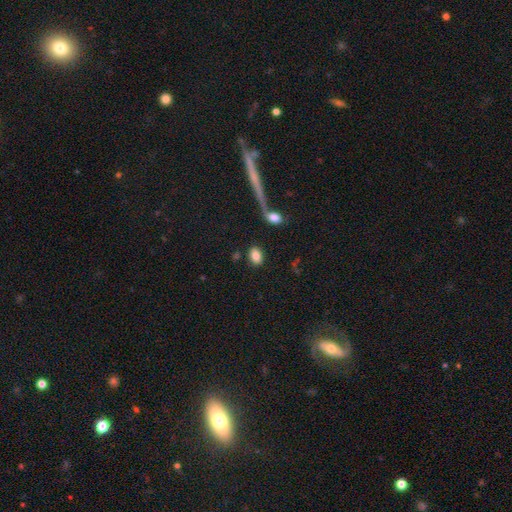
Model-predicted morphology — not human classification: smooth 84%, star or artifact 8%, featured or disk 8%. Down the decision tree: how rounded — in between (81%); merging — none (81%).